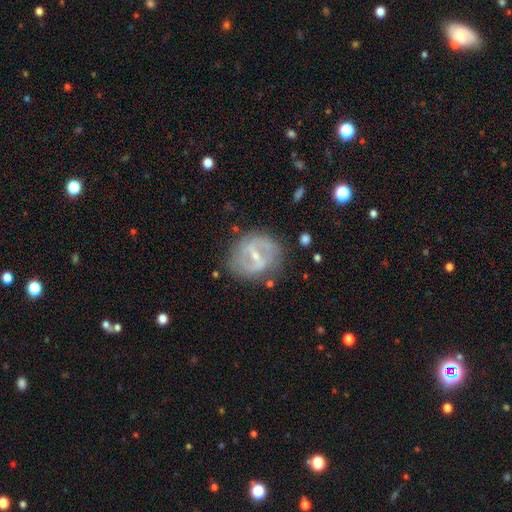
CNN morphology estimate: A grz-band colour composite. It shows a featured or disk galaxy (80%) with a strong bar (52%), 2 (80%) medium (46%) spiral arms (76%) and a small central bulge (61%). Merging: none (76%).